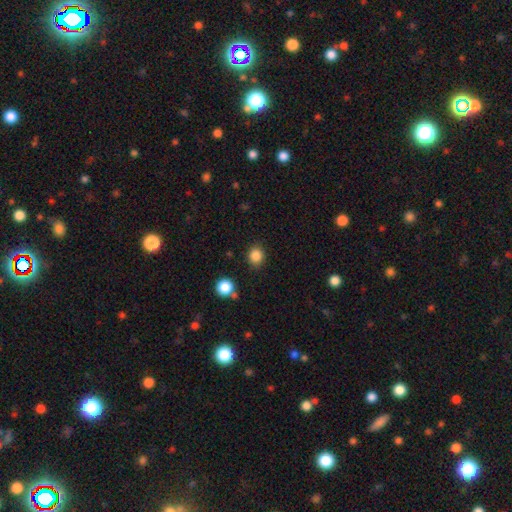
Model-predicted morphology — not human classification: This is clearly a smooth galaxy (85%). How rounded: likely round (79%). Merging: clearly none (86%).